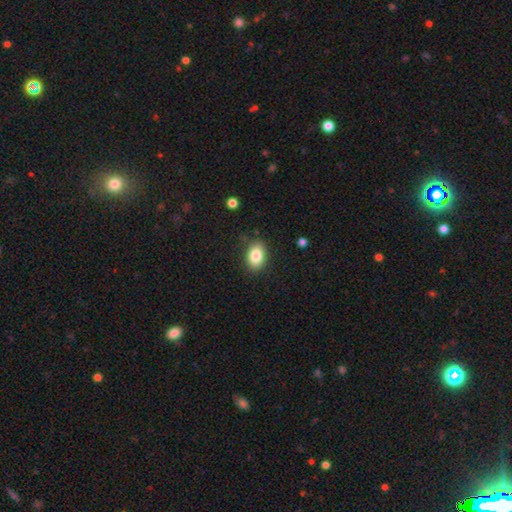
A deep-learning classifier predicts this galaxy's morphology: Overall: smooth (84%). How rounded: in between (82%). Merging: none (85%).